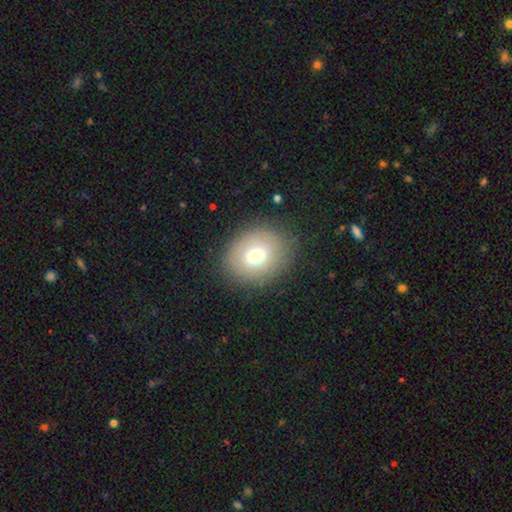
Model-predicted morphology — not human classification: Smooth or featured: smooth — 69% (featured or disk — 18%)
How rounded: round — 63% (in between — 36%)
Merging: none — 83% (minor disturbance — 11%)